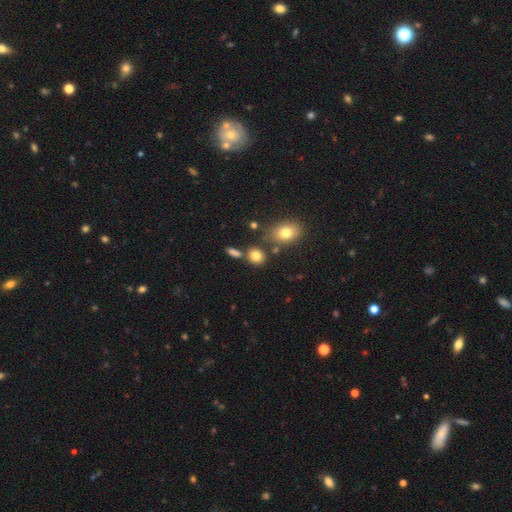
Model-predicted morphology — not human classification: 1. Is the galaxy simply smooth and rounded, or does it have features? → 80% smooth, 11% star or artifact, 8% featured or disk.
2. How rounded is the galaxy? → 61% round, 37% in between, 2% cigar-shaped.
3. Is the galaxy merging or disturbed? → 69% none, 15% merger, 12% minor disturbance, 4% major disturbance.